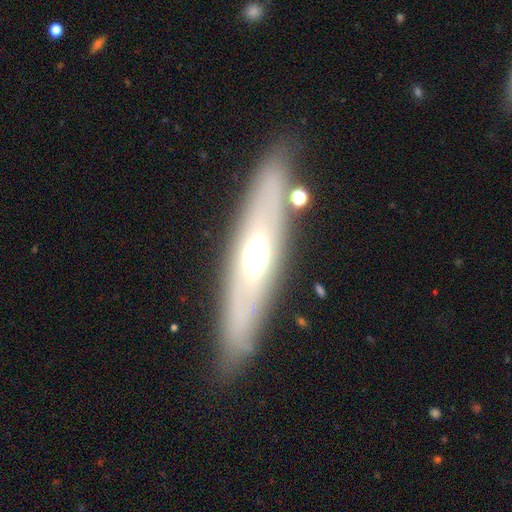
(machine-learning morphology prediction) smooth-or-featured: featured or disk: 60% | smooth: 33% | star or artifact: 7%
  disk-edge-on: yes: 63% | no: 37%
  merging: none: 83% | minor disturbance: 10% | major disturbance: 4% | merger: 3%